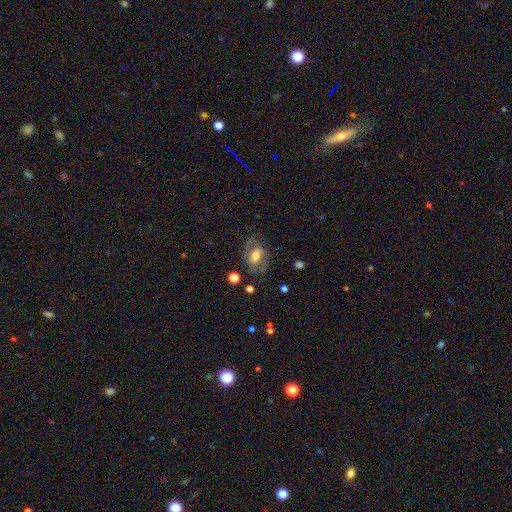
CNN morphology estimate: Smooth or featured?
  - featured or disk: 64% *
  - smooth: 27%
  - star or artifact: 8%
Edge-on disk?
  - no: 95% *
  - yes: 5%
Bar?
  - weak: 43% *
  - no: 35%
  - strong: 23%
Spiral arms?
  - yes: 78% *
  - no: 22%
Bulge size?
  - moderate: 59% *
  - small: 21%
  - large: 16%
  - none: 2%
  - dominant: 2%
Merging?
  - none: 74% *
  - minor disturbance: 15%
  - major disturbance: 9%
  - merger: 2%